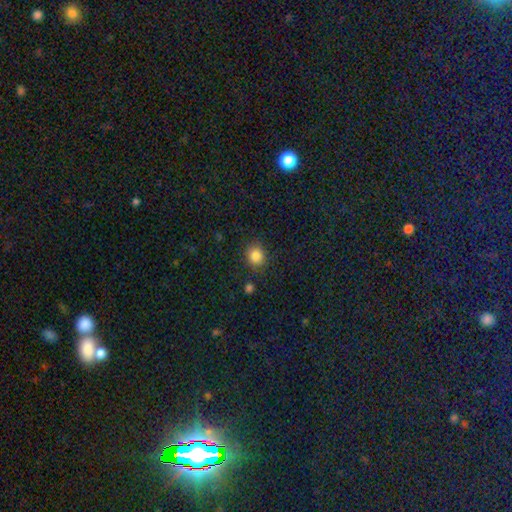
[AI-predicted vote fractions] Morphology: type=smooth (85%); roundness=round (81%); merging=none (86%).